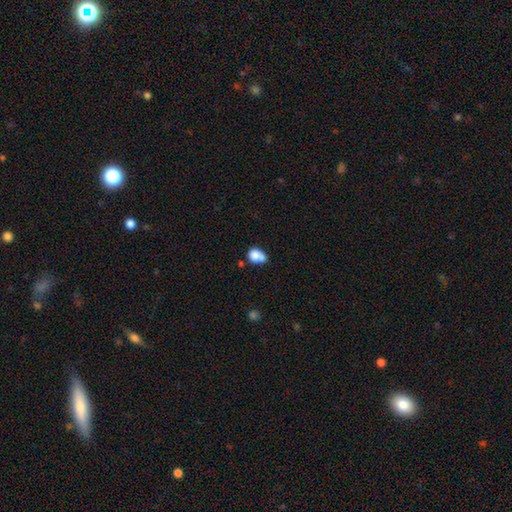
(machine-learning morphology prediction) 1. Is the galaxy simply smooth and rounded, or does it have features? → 79% smooth, 11% featured or disk, 10% star or artifact.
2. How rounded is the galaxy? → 50% in between, 49% round, 1% cigar-shaped.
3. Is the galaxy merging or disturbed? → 37% none, 32% merger, 23% minor disturbance, 8% major disturbance.